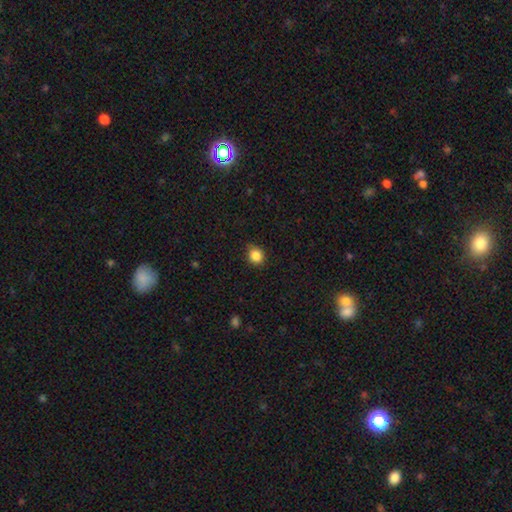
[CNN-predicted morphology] Smooth or featured? Predicted: smooth (p=0.86). How rounded? Predicted: round (p=0.78). Merging? Predicted: none (p=0.83).